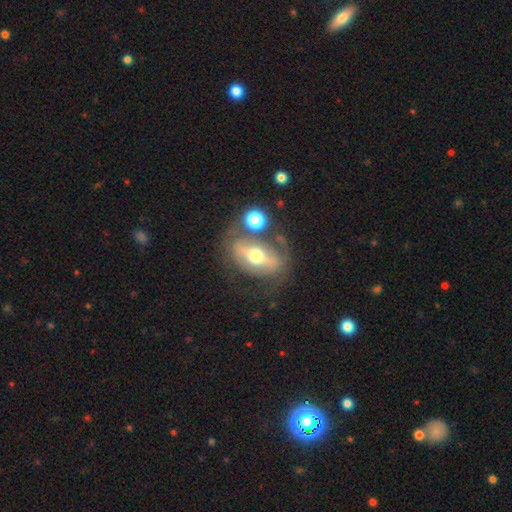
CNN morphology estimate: smooth_or_featured: featured or disk (p=0.66) [alt: smooth p=0.26]
disk_edge_on: no (p=0.87) [alt: yes p=0.13]
bar: strong (p=0.53) [alt: no p=0.24]
has_spiral_arms: no (p=0.59) [alt: yes p=0.41]
bulge_size: moderate (p=0.71) [alt: large p=0.14]
merging: none (p=0.55) [alt: minor disturbance p=0.17]